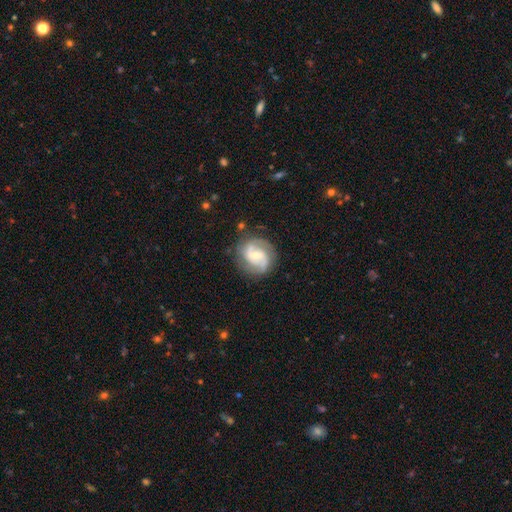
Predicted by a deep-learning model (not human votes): Overall: featured or disk (81%). Edge-on disk: no (98%). Bar: weak (44%; no 43%). Spiral arms: yes (95%). Spiral arm count: 2 (76%). Spiral winding: medium (49%; tight 31%). Bulge size: small (60%; moderate 34%). Merging: none (76%).